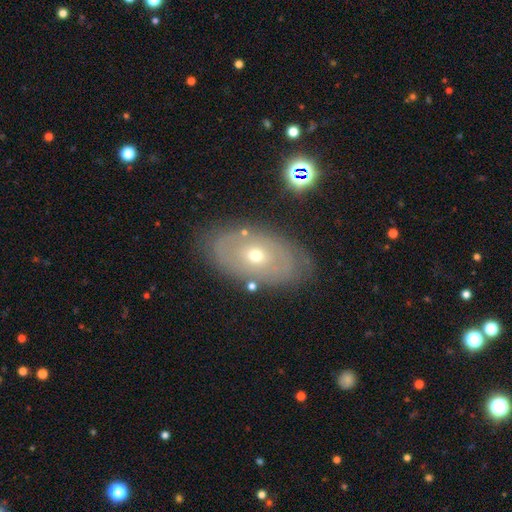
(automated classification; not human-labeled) Q: Smooth or featured?
A: featured or disk (62%); runner-up: smooth (29%)
Q: Edge-on disk?
A: no (92%); runner-up: yes (8%)
Q: Bar?
A: no (87%); runner-up: weak (11%)
Q: Spiral arms?
A: no (57%); runner-up: yes (43%)
Q: Bulge size?
A: small (56%); runner-up: moderate (41%)
Q: Merging?
A: none (78%); runner-up: minor disturbance (14%)